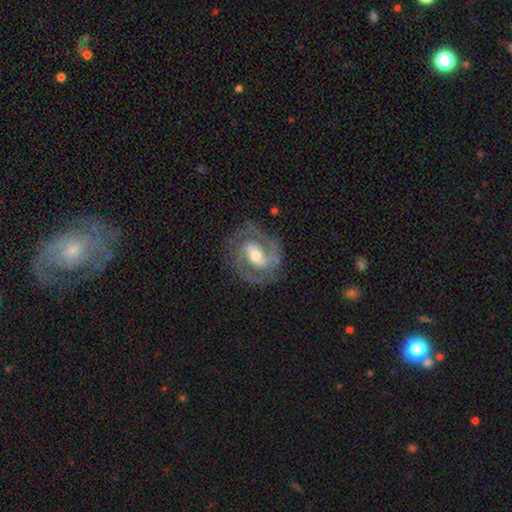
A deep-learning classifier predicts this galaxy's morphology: Smooth or featured?
  - featured or disk: 88% *
  - smooth: 7%
  - star or artifact: 5%
Edge-on disk?
  - no: 97% *
  - yes: 3%
Bar?
  - weak: 42% *
  - strong: 37%
  - no: 21%
Spiral arms?
  - yes: 95% *
  - no: 5%
Spiral winding?
  - medium: 49% *
  - tight: 42%
  - loose: 9%
Spiral arm count?
  - 2: 79% *
  - 3: 10%
  - can't tell: 6%
  - 1: 2%
  - 4: 2%
  - more than 4: 2%
Bulge size?
  - moderate: 60% *
  - small: 30%
  - large: 8%
  - none: 1%
  - dominant: 1%
Merging?
  - none: 77% *
  - minor disturbance: 14%
  - major disturbance: 7%
  - merger: 1%